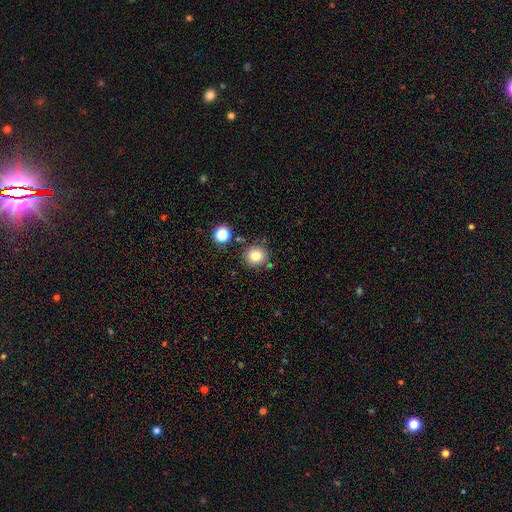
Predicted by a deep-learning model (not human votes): Q: Smooth or featured?
A: smooth (80%); runner-up: star or artifact (12%)
Q: How rounded?
A: round (93%); runner-up: in between (6%)
Q: Merging?
A: none (81%); runner-up: minor disturbance (10%)